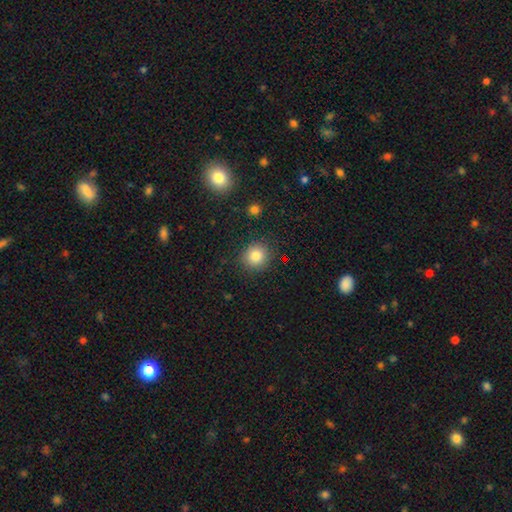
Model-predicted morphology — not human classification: Overall: smooth (82%). How rounded: round (86%). Merging: none (88%).